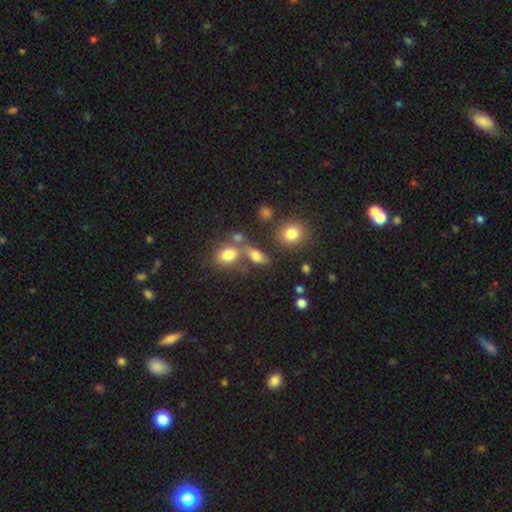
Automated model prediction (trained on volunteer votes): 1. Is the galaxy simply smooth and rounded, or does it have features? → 73% smooth, 14% star or artifact, 13% featured or disk.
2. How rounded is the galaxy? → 75% in between, 16% round, 9% cigar-shaped.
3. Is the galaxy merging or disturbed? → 49% none, 32% merger, 12% minor disturbance, 7% major disturbance.